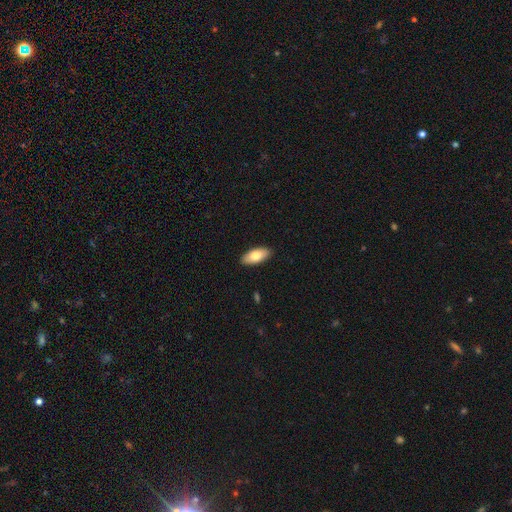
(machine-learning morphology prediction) smooth_or_featured: smooth (p=0.79) [alt: featured or disk p=0.15]
how_rounded: in between (p=0.87) [alt: cigar-shaped p=0.11]
merging: none (p=0.90) [alt: minor disturbance p=0.07]